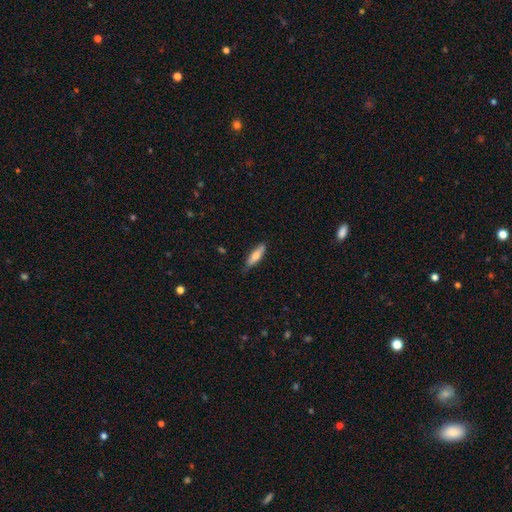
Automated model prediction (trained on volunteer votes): smooth 69%, featured or disk 25%, star or artifact 6%. Down the decision tree: how rounded — cigar-shaped (59%); merging — none (79%).